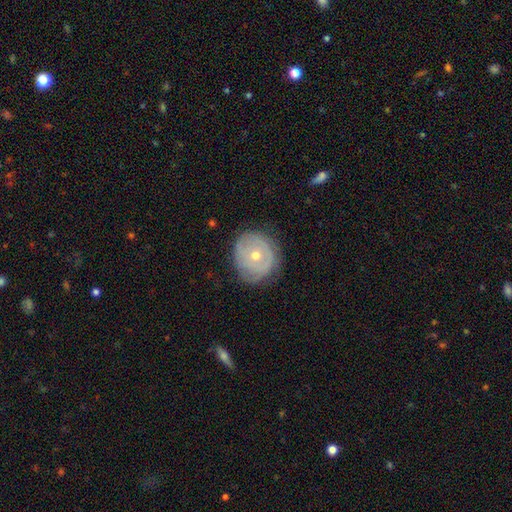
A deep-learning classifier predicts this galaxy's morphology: Smooth or featured: featured or disk — 62% (smooth — 31%)
Edge-on disk: no — 96% (yes — 4%)
Bar: no — 85% (weak — 11%)
Spiral arms: yes — 56% (no — 44%)
Bulge size: moderate — 51% (small — 46%)
Merging: none — 73% (minor disturbance — 20%)